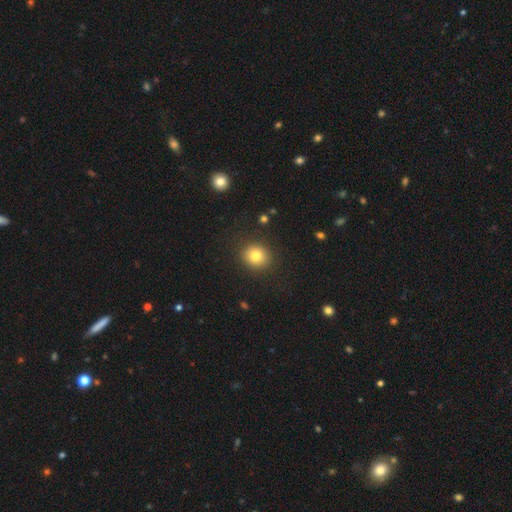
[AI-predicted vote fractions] smooth 81%, star or artifact 11%, featured or disk 8%. Down the decision tree: how rounded — round (81%); merging — none (89%).